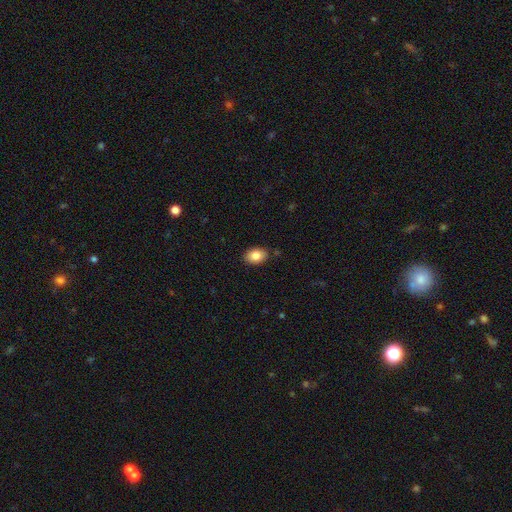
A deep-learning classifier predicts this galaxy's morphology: Smooth or featured? smooth (85%)
How rounded? in between (82%)
Merging? none (86%)